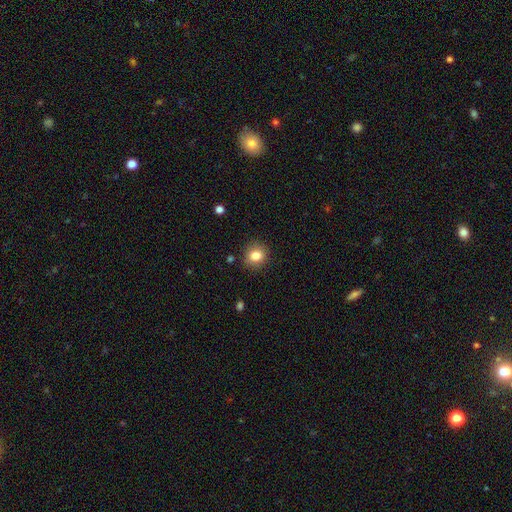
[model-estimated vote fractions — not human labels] This is clearly a smooth galaxy (83%). How rounded: likely round (76%). Merging: clearly none (87%).